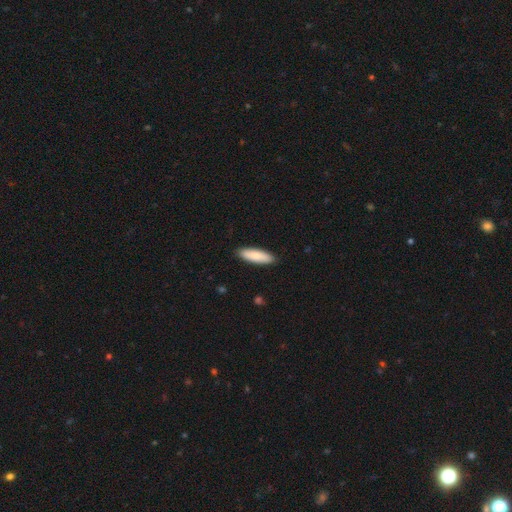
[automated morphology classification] Q: Smooth or featured?
A: smooth (84%); runner-up: featured or disk (11%)
Q: How rounded?
A: cigar-shaped (53%); runner-up: in between (45%)
Q: Merging?
A: none (90%); runner-up: minor disturbance (8%)